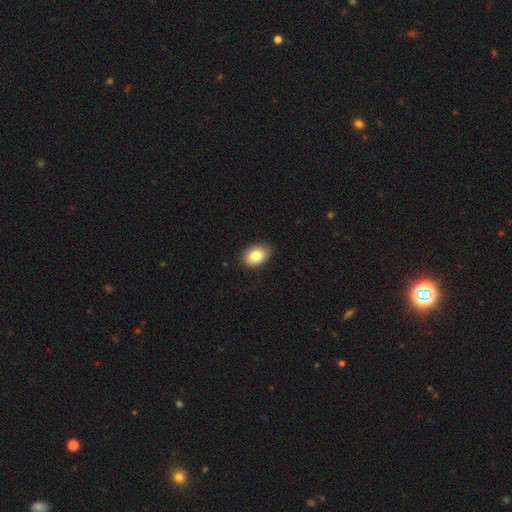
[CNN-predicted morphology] type=smooth (83%); roundness=in between (83%); merging=none (83%).